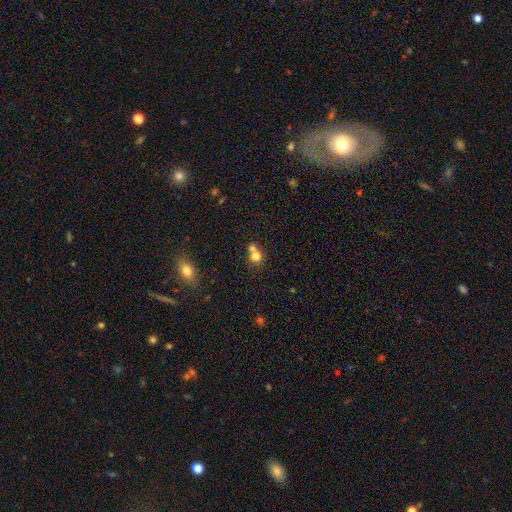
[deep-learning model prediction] Smooth or featured?
  - smooth: 74% *
  - featured or disk: 14%
  - star or artifact: 12%
How rounded?
  - round: 70% *
  - in between: 29%
  - cigar-shaped: 1%
Merging?
  - merger: 58% *
  - none: 31%
  - minor disturbance: 8%
  - major disturbance: 4%